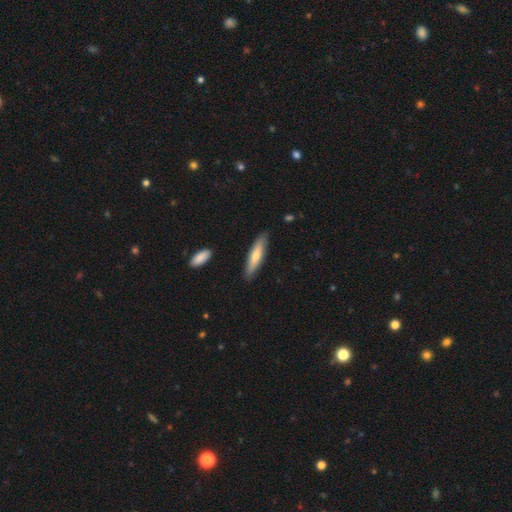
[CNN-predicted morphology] A smooth galaxy with no disk features (63%) that is cigar-shaped (81%). Merging: none (87%).